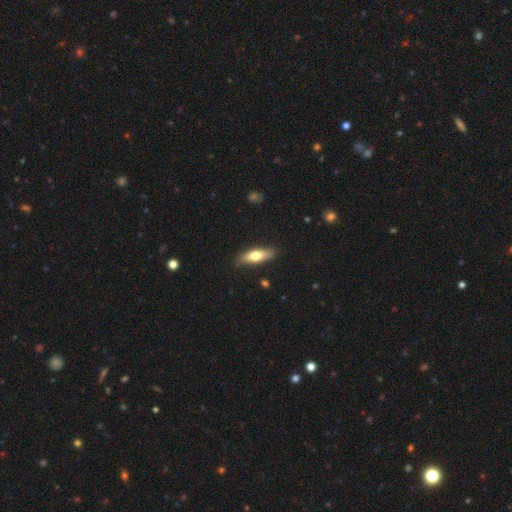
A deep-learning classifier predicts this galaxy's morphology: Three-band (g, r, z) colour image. It shows a smooth galaxy with no disk features (65%) that is in between round and cigar-shaped (52%). Merging: none (81%).